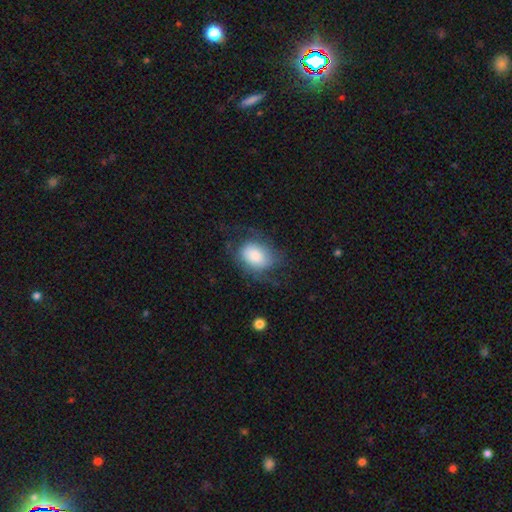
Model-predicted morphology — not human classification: The model was most divided on "merging": none: 51%, minor disturbance: 25%, major disturbance: 22%, merger: 1%. More confident: how rounded — in between (72%); smooth or featured — smooth (65%).